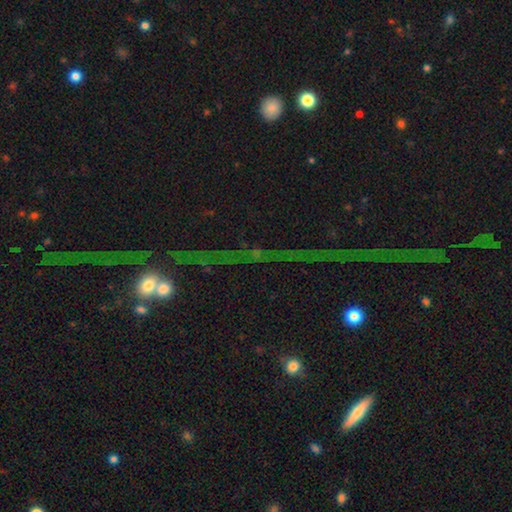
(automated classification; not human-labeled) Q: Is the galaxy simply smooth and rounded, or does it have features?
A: star or artifact — 70%.